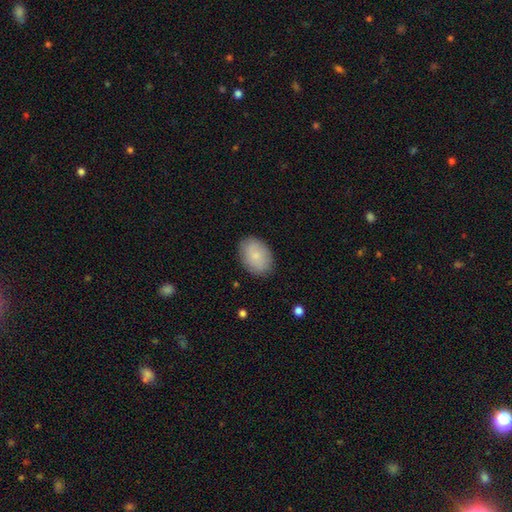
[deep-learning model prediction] Morphology: type=smooth (81%); roundness=in between (81%); merging=none (85%).